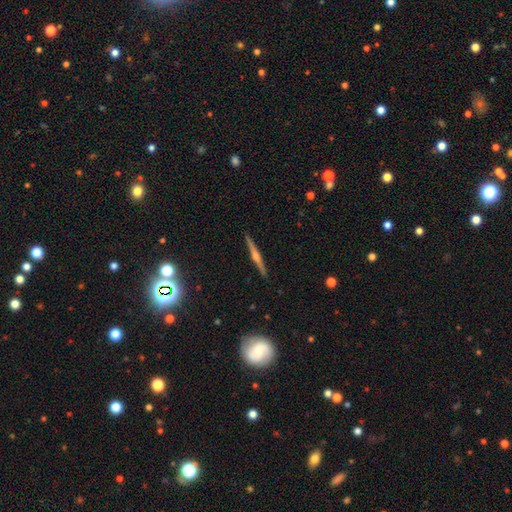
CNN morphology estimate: A featured or disk galaxy (77%) viewed edge-on (97%) with a rounded central bulge (88%).

Vote fractions:
- Smooth or featured? featured or disk: 77% / smooth: 14% / star or artifact: 9%
- Edge-on disk? yes: 97% / no: 3%
- Edge-on bulge? rounded: 88% / none: 6% / boxy: 6%
- Merging? none: 91% / minor disturbance: 7% / major disturbance: 1% / merger: 1%